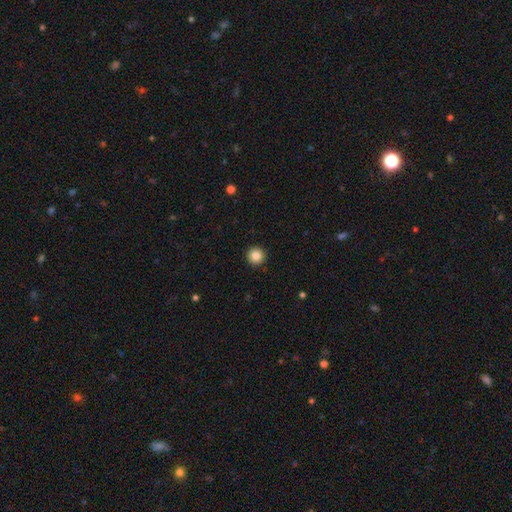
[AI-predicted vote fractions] smooth-or-featured: smooth: 84% | star or artifact: 10% | featured or disk: 6%
  how-rounded: round: 96% | in between: 3% | cigar-shaped: 1%
  merging: none: 93% | minor disturbance: 4% | major disturbance: 1% | merger: 1%